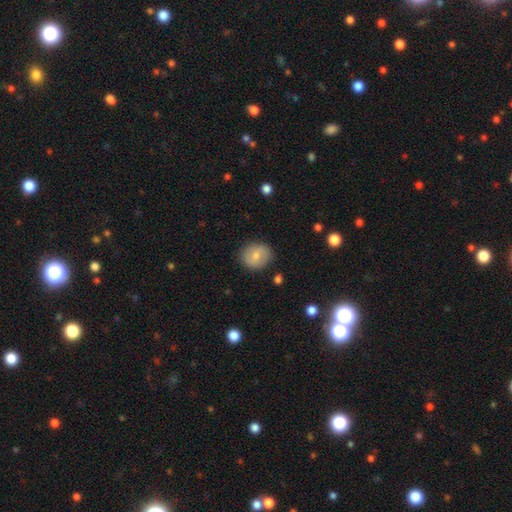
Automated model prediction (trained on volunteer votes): Morphology: type=smooth (67%); roundness=round (73%); merging=none (85%).